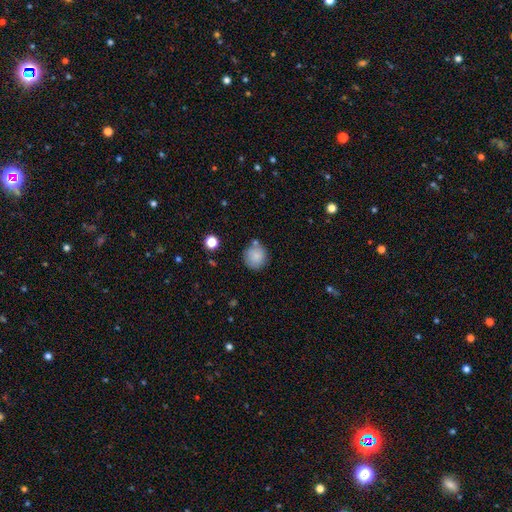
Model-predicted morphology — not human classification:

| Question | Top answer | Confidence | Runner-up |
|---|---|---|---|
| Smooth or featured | smooth | 85% | star or artifact (8%) |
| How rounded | round | 91% | in between (8%) |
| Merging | none | 76% | minor disturbance (13%) |